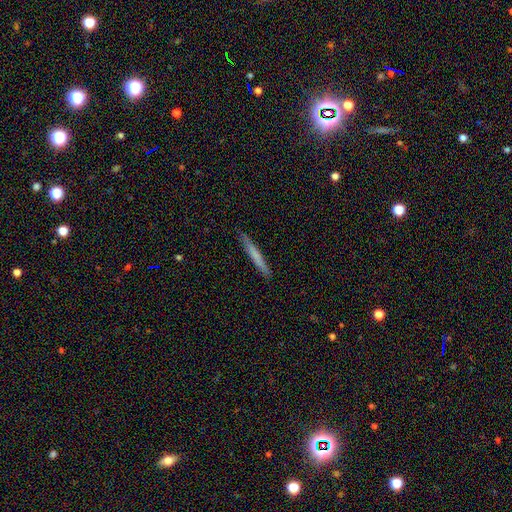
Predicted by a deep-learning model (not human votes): Smooth or featured?
  - smooth: 66% *
  - featured or disk: 28%
  - star or artifact: 6%
How rounded?
  - cigar-shaped: 96% *
  - in between: 2%
  - round: 1%
Merging?
  - none: 90% *
  - minor disturbance: 7%
  - major disturbance: 1%
  - merger: 1%